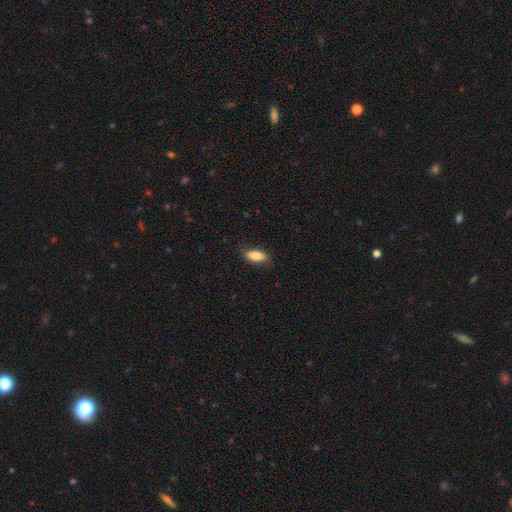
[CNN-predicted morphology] This appears to be a smooth galaxy with no disk features (80%) that is in between round and cigar-shaped (79%). Merging: none (83%).